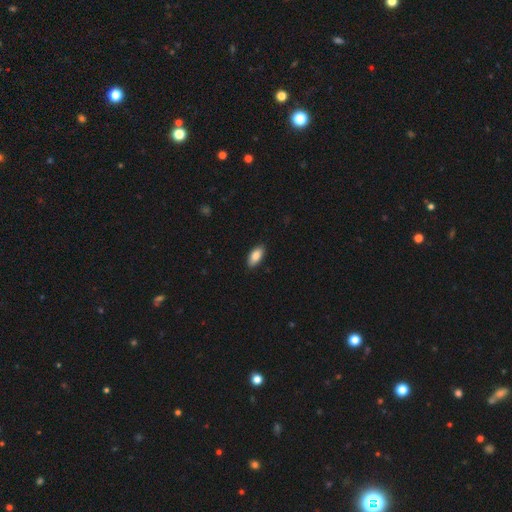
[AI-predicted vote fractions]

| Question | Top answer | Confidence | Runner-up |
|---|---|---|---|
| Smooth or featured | smooth | 86% | featured or disk (8%) |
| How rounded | in between | 91% | cigar-shaped (7%) |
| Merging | none | 88% | minor disturbance (9%) |